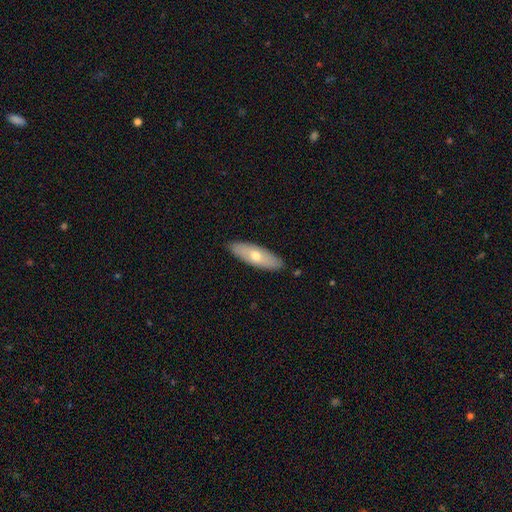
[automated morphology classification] Smooth or featured: smooth — 61% (featured or disk — 34%)
How rounded: in between — 60% (cigar-shaped — 38%)
Merging: none — 88% (minor disturbance — 9%)